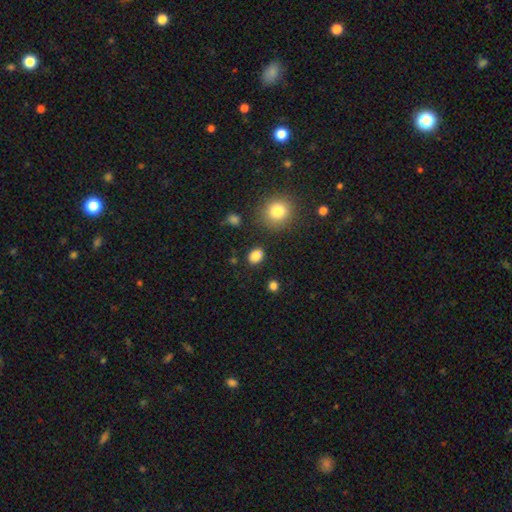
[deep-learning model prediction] Smooth or featured? smooth (83%)
How rounded? round (52%)
Merging? none (83%)